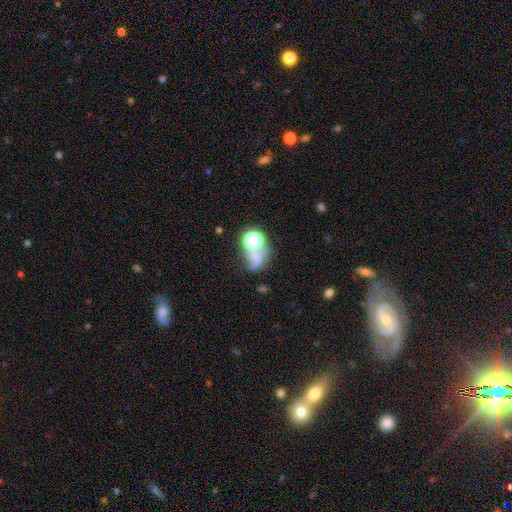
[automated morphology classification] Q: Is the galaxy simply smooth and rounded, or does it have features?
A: smooth — 46%.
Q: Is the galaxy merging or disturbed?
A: none — 32%.